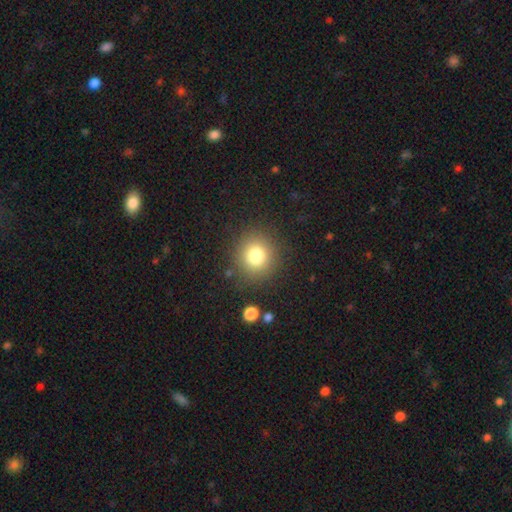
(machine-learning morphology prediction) This is likely a smooth galaxy (78%). How rounded: clearly round (91%). Merging: clearly none (87%).